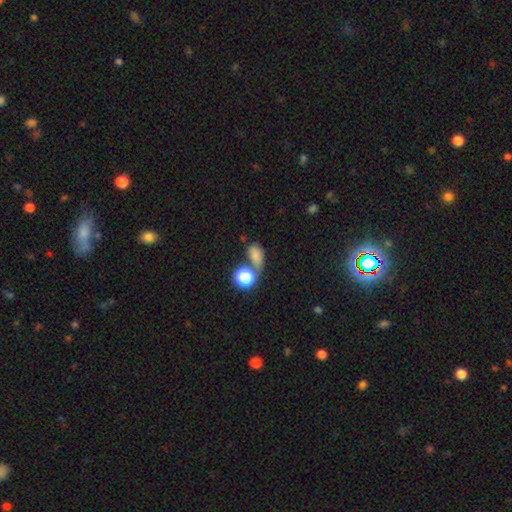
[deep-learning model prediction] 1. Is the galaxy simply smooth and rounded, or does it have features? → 72% smooth, 19% star or artifact, 9% featured or disk.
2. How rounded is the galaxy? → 71% in between, 26% round, 3% cigar-shaped.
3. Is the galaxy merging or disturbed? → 43% none, 29% merger, 17% minor disturbance, 11% major disturbance.